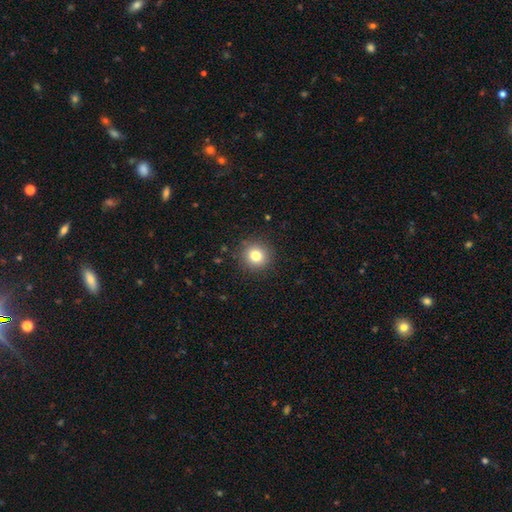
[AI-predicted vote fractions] Morphology: type=smooth (80%); roundness=round (93%); merging=none (90%).